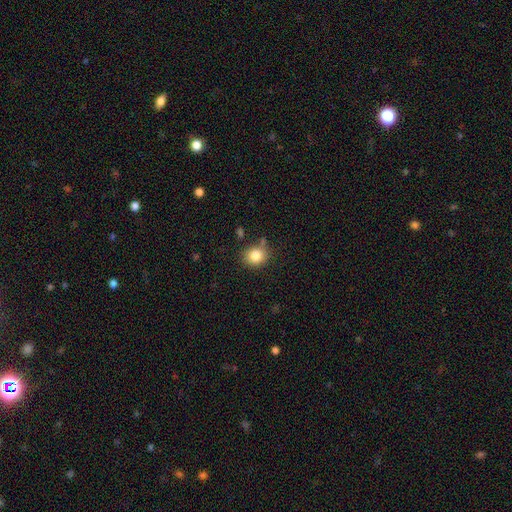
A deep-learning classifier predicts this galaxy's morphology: Smooth or featured: smooth — 83% (star or artifact — 10%)
How rounded: round — 72% (in between — 27%)
Merging: none — 77% (minor disturbance — 14%)